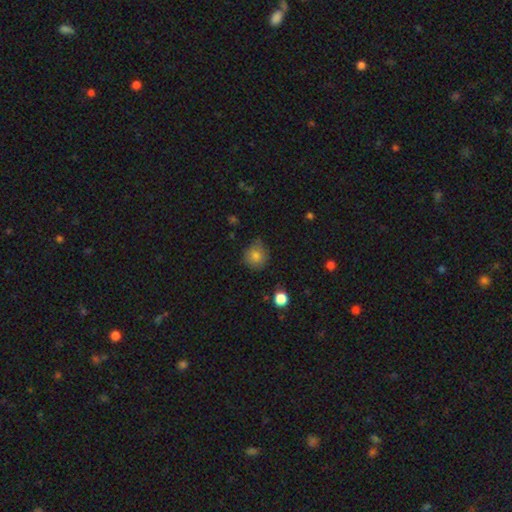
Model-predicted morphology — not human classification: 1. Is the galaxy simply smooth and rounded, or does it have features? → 81% smooth, 10% star or artifact, 9% featured or disk.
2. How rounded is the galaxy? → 84% round, 15% in between, 1% cigar-shaped.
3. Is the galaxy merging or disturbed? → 67% none, 26% minor disturbance, 5% major disturbance, 2% merger.